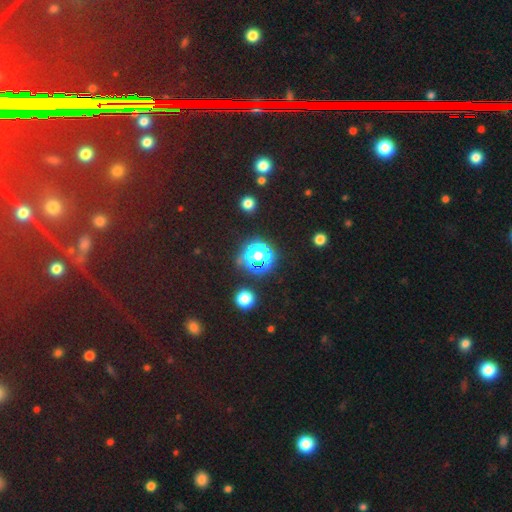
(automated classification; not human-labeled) star or artifact 56%, smooth 33%, featured or disk 11%.